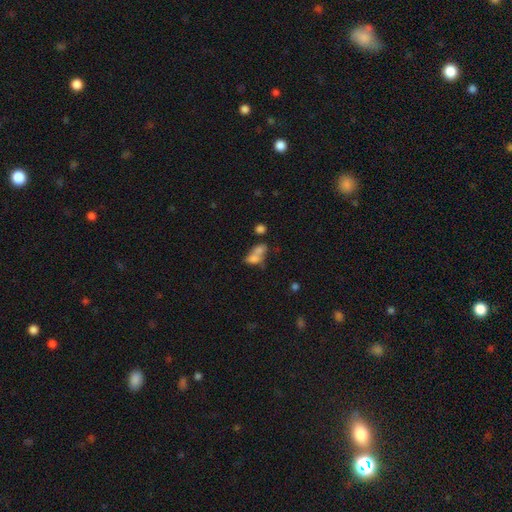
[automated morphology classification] Smooth or featured: smooth — 69% (featured or disk — 19%)
How rounded: in between — 76% (round — 19%)
Merging: merger — 62% (none — 22%)